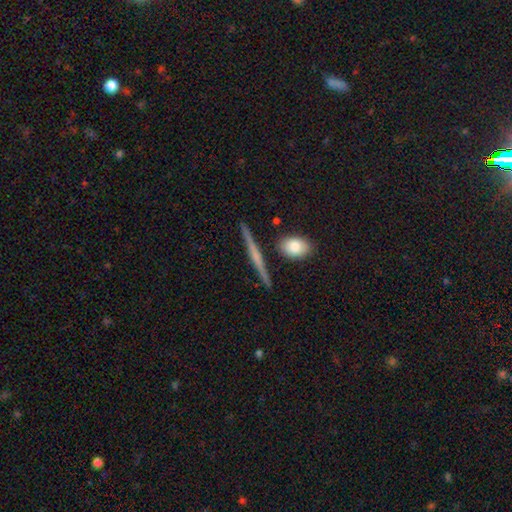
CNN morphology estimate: A featured or disk galaxy (62%) viewed edge-on (96%) with a rounded central bulge (46%).

Vote fractions:
- Smooth or featured? featured or disk: 62% / smooth: 31% / star or artifact: 7%
- Edge-on disk? yes: 96% / no: 4%
- Edge-on bulge? rounded: 46% / none: 40% / boxy: 14%
- Merging? none: 85% / minor disturbance: 8% / merger: 4% / major disturbance: 2%